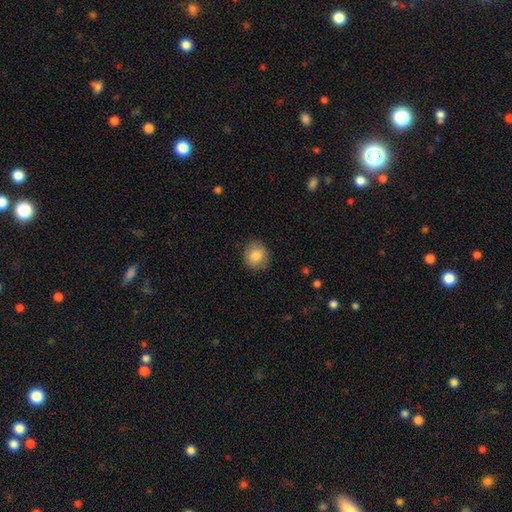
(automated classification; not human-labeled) Q: Smooth or featured?
A: smooth (84%); runner-up: star or artifact (8%)
Q: How rounded?
A: round (85%); runner-up: in between (14%)
Q: Merging?
A: none (87%); runner-up: minor disturbance (10%)